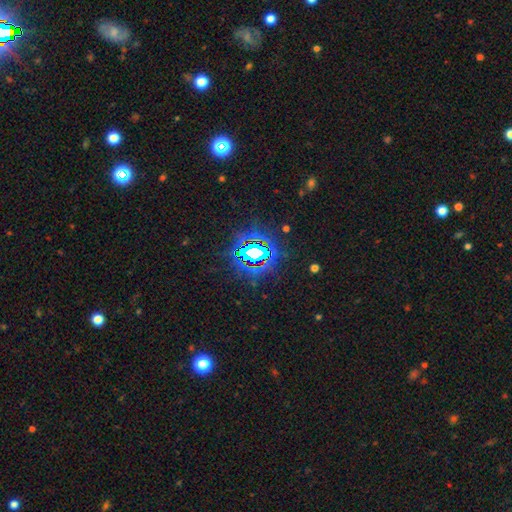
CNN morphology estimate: smooth-or-featured: star or artifact: 76% | smooth: 13% | featured or disk: 11%